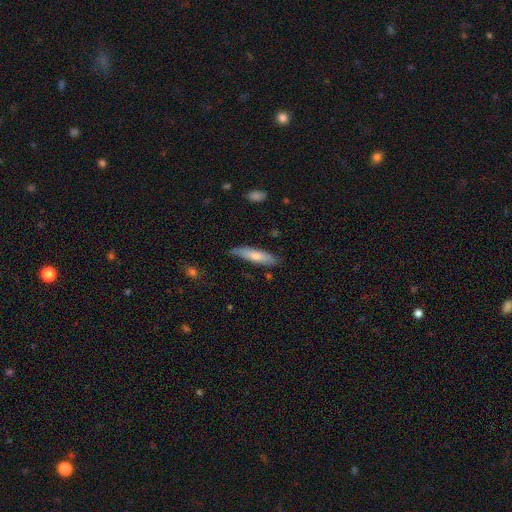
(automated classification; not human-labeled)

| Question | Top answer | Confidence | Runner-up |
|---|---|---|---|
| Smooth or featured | smooth | 68% | featured or disk (27%) |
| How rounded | cigar-shaped | 76% | in between (22%) |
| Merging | none | 74% | minor disturbance (20%) |